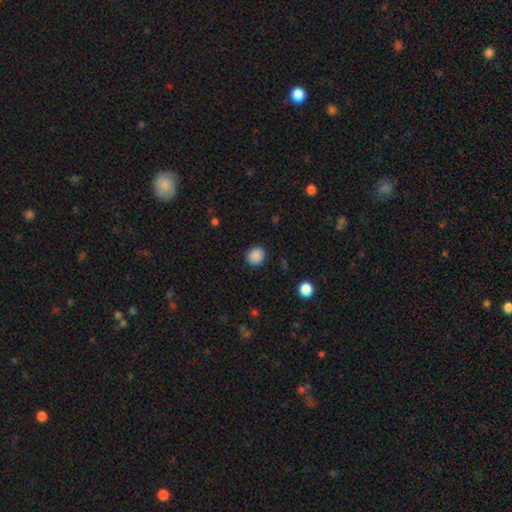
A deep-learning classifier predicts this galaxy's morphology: Smooth or featured? Predicted: smooth (p=0.88). How rounded? Predicted: round (p=0.73). Merging? Predicted: none (p=0.89).